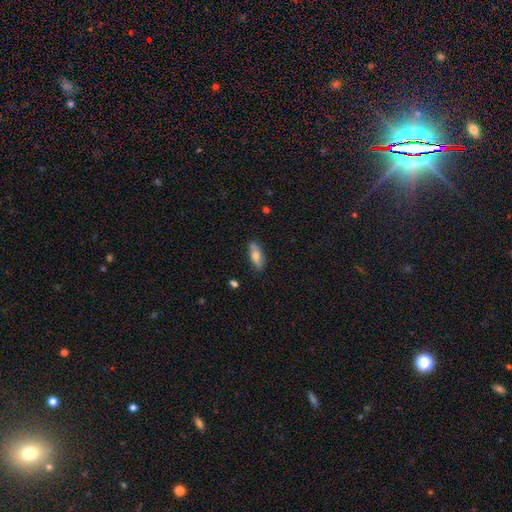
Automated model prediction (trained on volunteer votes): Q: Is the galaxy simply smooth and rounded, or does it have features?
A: smooth — 72%.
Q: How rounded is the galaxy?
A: in between — 76%.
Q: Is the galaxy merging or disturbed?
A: none — 81%.